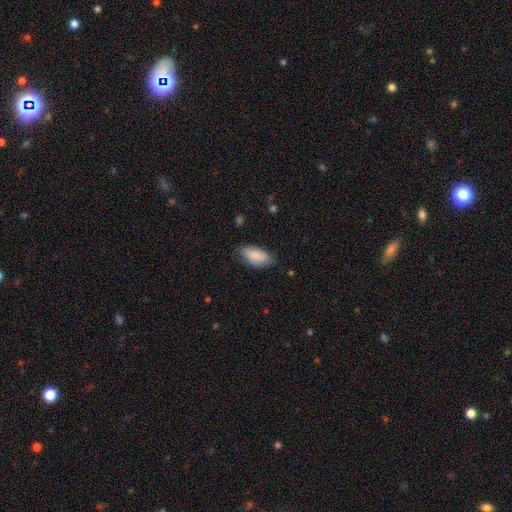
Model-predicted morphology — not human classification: type=smooth (86%); roundness=in between (93%); merging=none (68%).